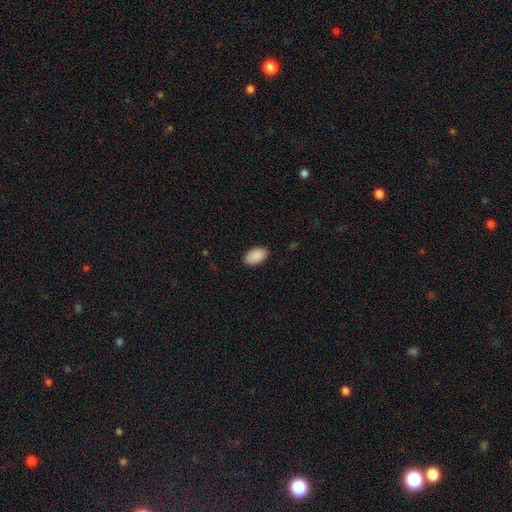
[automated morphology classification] Smooth or featured?
  - smooth: 91% *
  - star or artifact: 6%
  - featured or disk: 3%
How rounded?
  - in between: 94% *
  - round: 5%
  - cigar-shaped: 1%
Merging?
  - none: 88% *
  - minor disturbance: 9%
  - major disturbance: 2%
  - merger: 1%